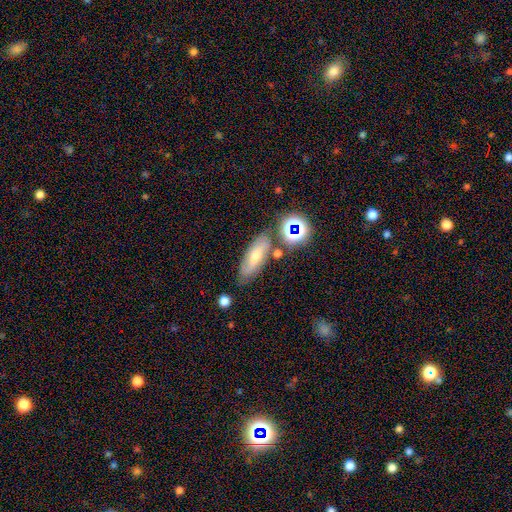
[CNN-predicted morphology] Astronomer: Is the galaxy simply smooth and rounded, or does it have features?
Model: featured or disk — 41% (runner-up: smooth, 39%).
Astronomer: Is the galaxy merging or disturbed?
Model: none — 75%.